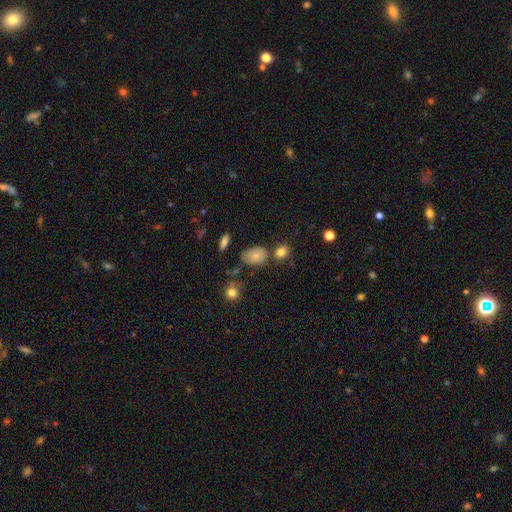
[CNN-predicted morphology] Overall: smooth (77%). How rounded: in between (77%). Merging: none (60%; minor disturbance 23%).